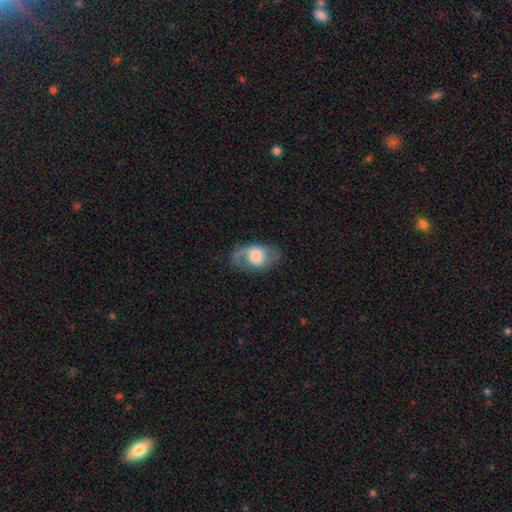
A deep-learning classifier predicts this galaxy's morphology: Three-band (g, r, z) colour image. It shows a featured or disk galaxy (63%) with no bar (65%), 2 (80%) medium (45%) spiral arms (85%) and a large central bulge (45%). Merging: none (69%).